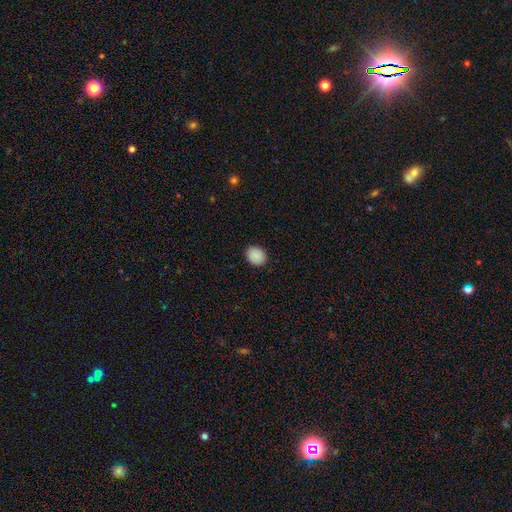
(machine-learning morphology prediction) type=smooth (89%); roundness=round (68%); merging=none (91%).